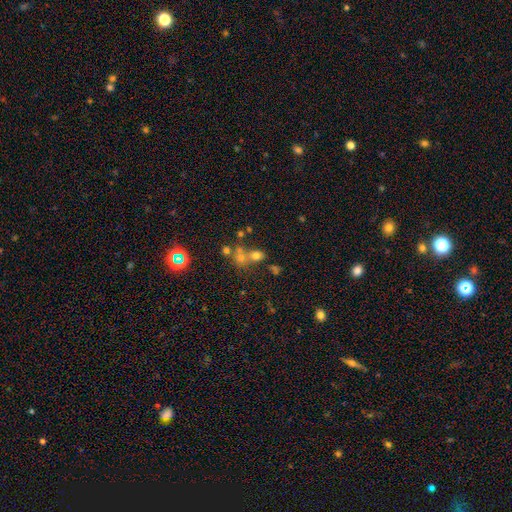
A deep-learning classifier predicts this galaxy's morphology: Smooth or featured? smooth (60%)
How rounded? round (66%)
Merging? none (44%)